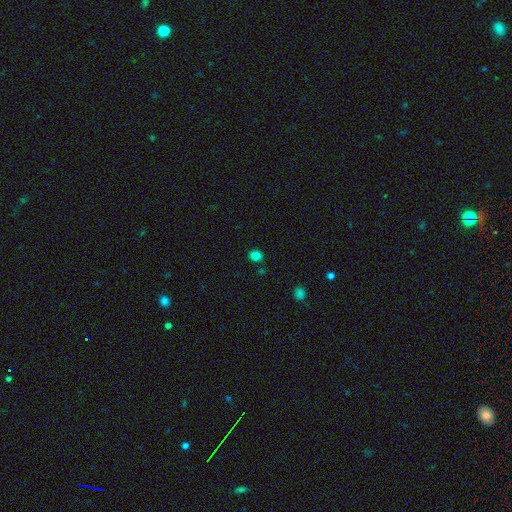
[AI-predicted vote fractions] This appears to be a smooth galaxy with no disk features (81%) that is round (71%). Merging: none (86%).